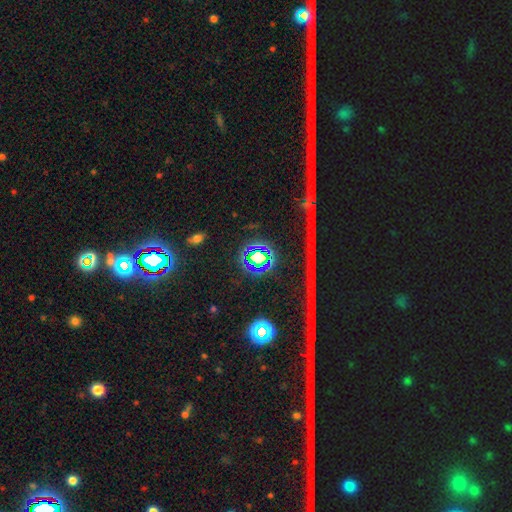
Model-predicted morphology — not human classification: The model was most divided on "smooth or featured": star or artifact: 67%, smooth: 19%, featured or disk: 14%.